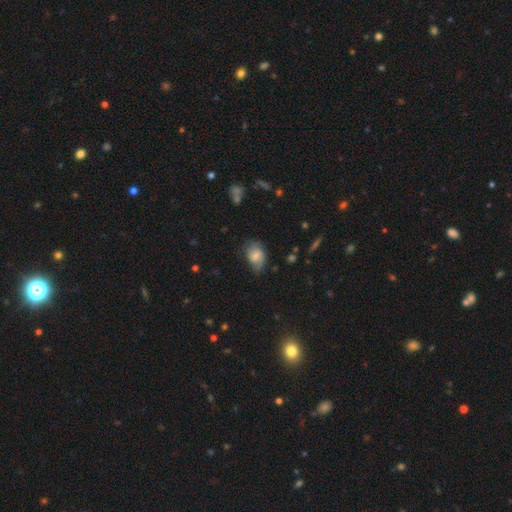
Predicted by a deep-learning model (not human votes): Smooth or featured? smooth (66%)
How rounded? in between (76%)
Merging? none (48%)